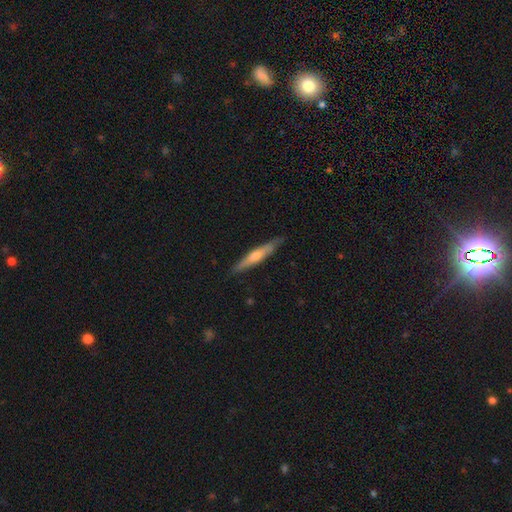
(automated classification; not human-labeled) This appears to be a featured or disk galaxy (53%) viewed edge-on (93%). Merging: none (86%).